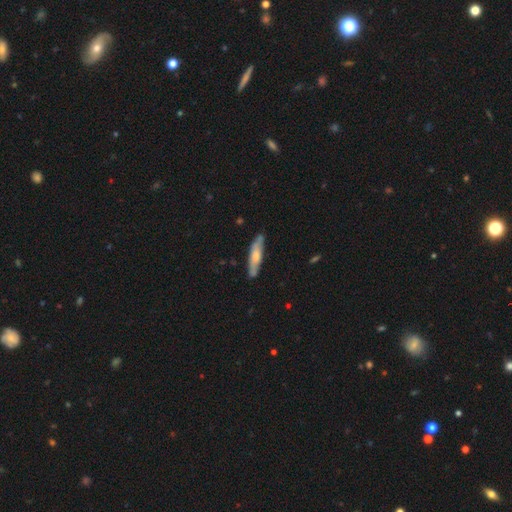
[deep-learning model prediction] smooth_or_featured: smooth (p=0.56) [alt: featured or disk p=0.39]
how_rounded: cigar-shaped (p=0.82) [alt: in between p=0.16]
merging: none (p=0.81) [alt: minor disturbance p=0.14]